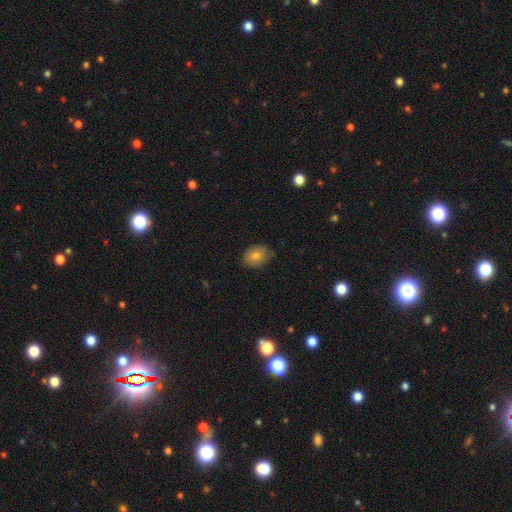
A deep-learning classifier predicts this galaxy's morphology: Smooth or featured? smooth (77%)
How rounded? in between (72%)
Merging? none (77%)